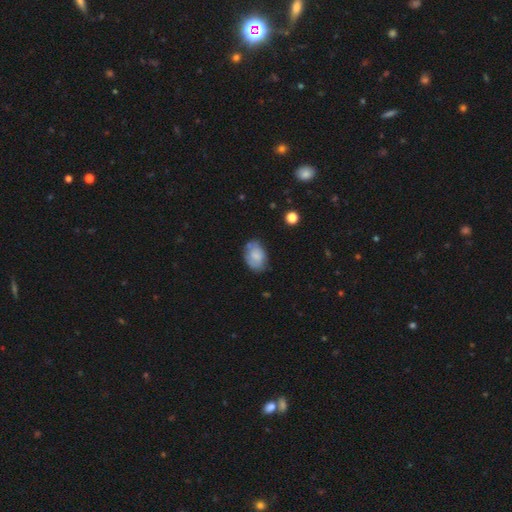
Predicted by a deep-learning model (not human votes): The model was most divided on "merging": none: 62%, minor disturbance: 27%, major disturbance: 7%, merger: 3%. More confident: how rounded — in between (85%); smooth or featured — smooth (72%).